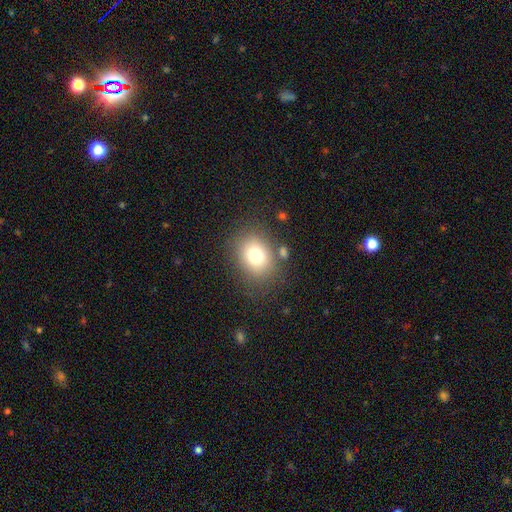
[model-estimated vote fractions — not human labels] Smooth or featured? smooth (76%)
How rounded? round (50%)
Merging? none (76%)